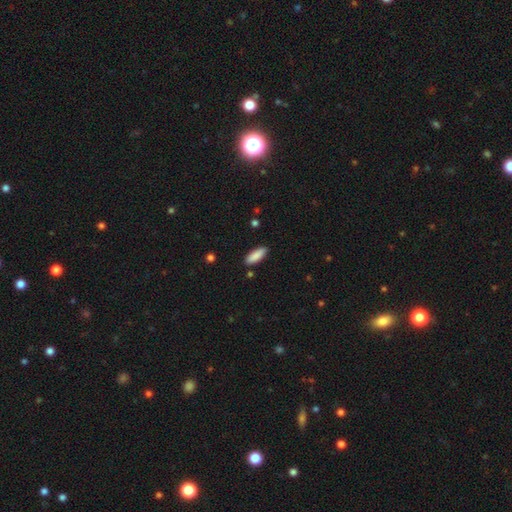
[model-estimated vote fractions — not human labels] Smooth or featured? Predicted: smooth (p=0.89). How rounded? Predicted: in between (p=0.66). Merging? Predicted: none (p=0.87).